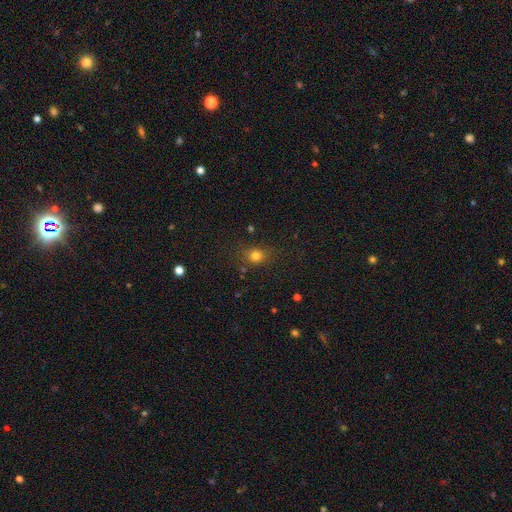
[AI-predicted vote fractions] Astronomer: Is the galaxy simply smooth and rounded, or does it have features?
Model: smooth — 77%.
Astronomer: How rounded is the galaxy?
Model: round — 67%.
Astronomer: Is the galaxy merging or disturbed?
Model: none — 79%.